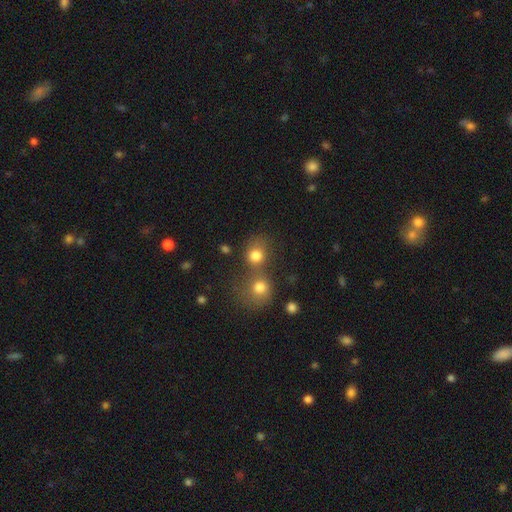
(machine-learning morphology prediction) smooth-or-featured: smooth: 79% | star or artifact: 13% | featured or disk: 8%
  how-rounded: round: 81% | in between: 18% | cigar-shaped: 1%
  merging: merger: 44% | none: 42% | minor disturbance: 8% | major disturbance: 5%